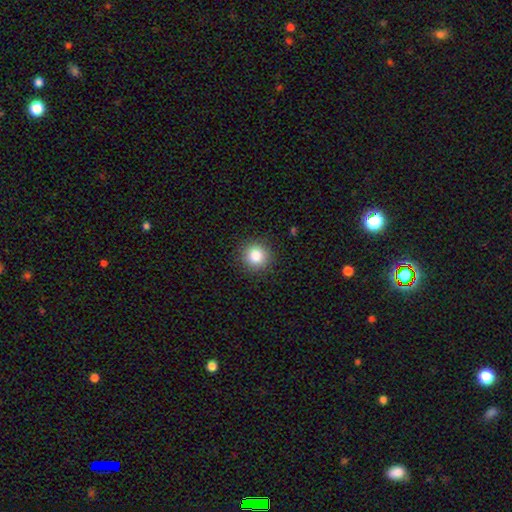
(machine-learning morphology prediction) The model was most divided on "smooth or featured": smooth: 85%, star or artifact: 10%, featured or disk: 5%. More confident: how rounded — round (93%); merging — none (90%).